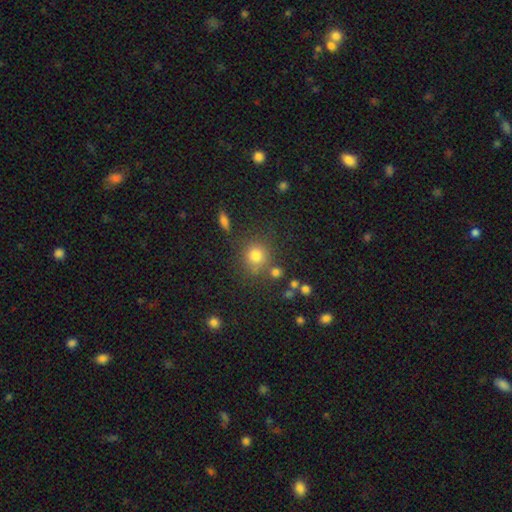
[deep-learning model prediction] Smooth or featured? Predicted: smooth (p=0.77). How rounded? Predicted: round (p=0.88). Merging? Predicted: none (p=0.75).